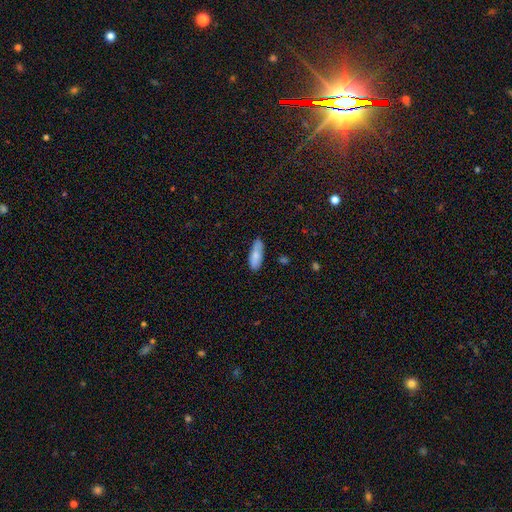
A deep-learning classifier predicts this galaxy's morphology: type=smooth (79%); roundness=in between (69%); merging=none (76%).